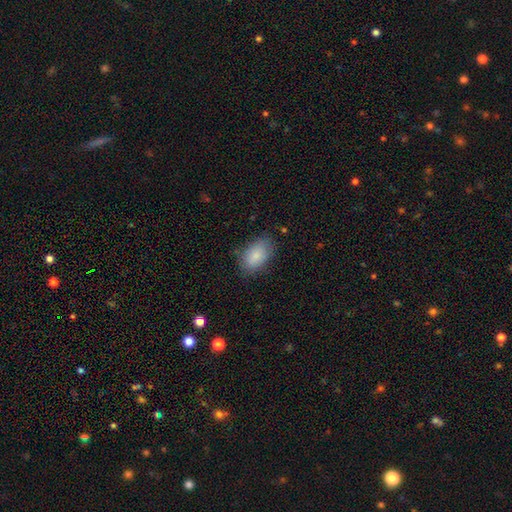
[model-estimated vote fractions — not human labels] Q: Smooth or featured?
A: smooth (85%); runner-up: featured or disk (8%)
Q: How rounded?
A: in between (91%); runner-up: round (8%)
Q: Merging?
A: none (77%); runner-up: minor disturbance (17%)